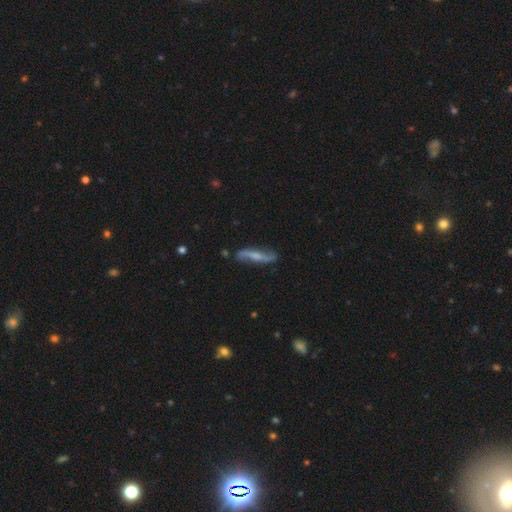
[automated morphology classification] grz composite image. It shows a featured or disk galaxy (70%). Merging: none (75%).